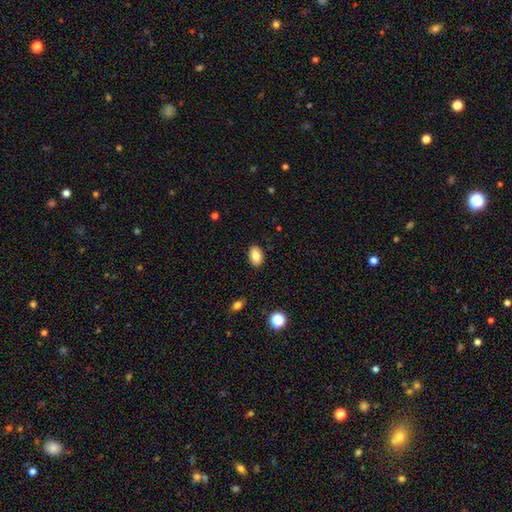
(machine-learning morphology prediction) A smooth galaxy with no disk features (84%) that is in between round and cigar-shaped (89%). Merging: none (89%).